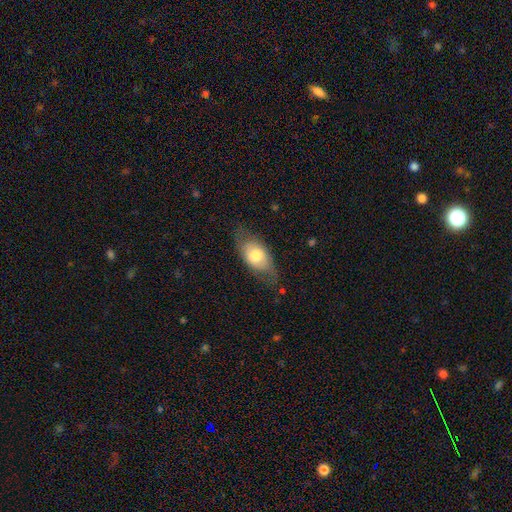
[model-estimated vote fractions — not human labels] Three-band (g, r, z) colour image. It shows a smooth galaxy with no disk features (61%) that is in between round and cigar-shaped (86%). Merging: none (66%).